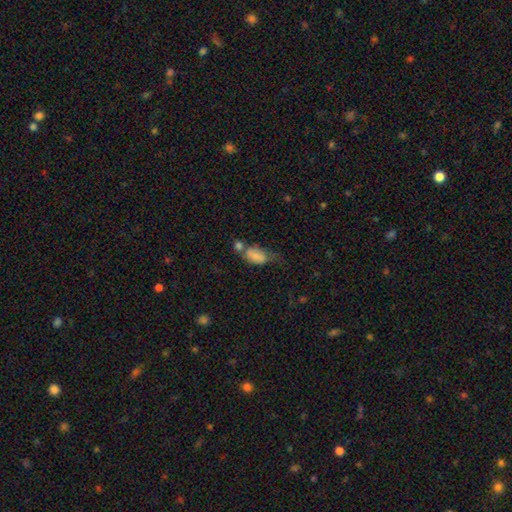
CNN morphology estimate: Smooth or featured?
  - smooth: 78% *
  - featured or disk: 13%
  - star or artifact: 9%
How rounded?
  - in between: 89% *
  - round: 8%
  - cigar-shaped: 3%
Merging?
  - merger: 41% *
  - none: 22%
  - minor disturbance: 20%
  - major disturbance: 17%